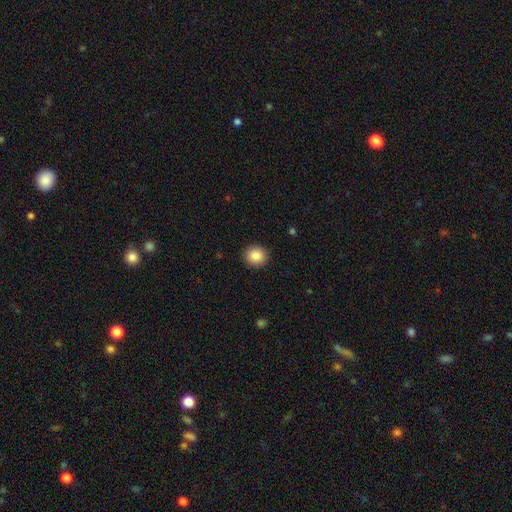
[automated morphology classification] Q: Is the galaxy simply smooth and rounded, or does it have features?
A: smooth — 86%.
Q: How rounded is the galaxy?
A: round — 86%.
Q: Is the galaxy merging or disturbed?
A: none — 92%.